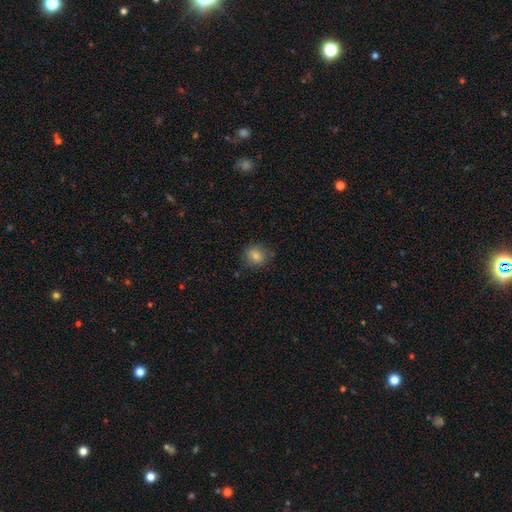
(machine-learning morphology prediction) type=smooth (76%); roundness=round (80%); merging=none (83%).